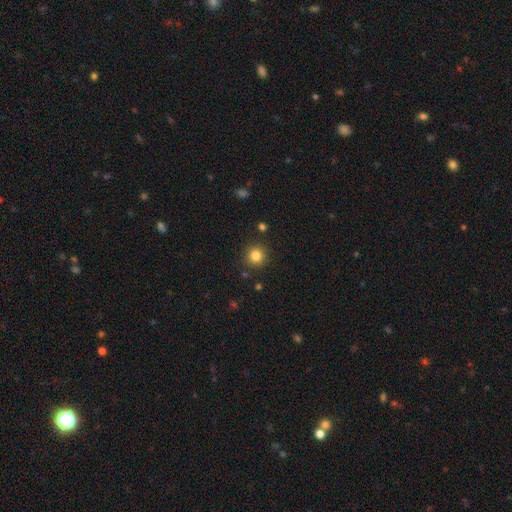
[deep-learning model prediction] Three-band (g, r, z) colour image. It shows a smooth galaxy with no disk features (83%) that is round (93%). Merging: none (89%).